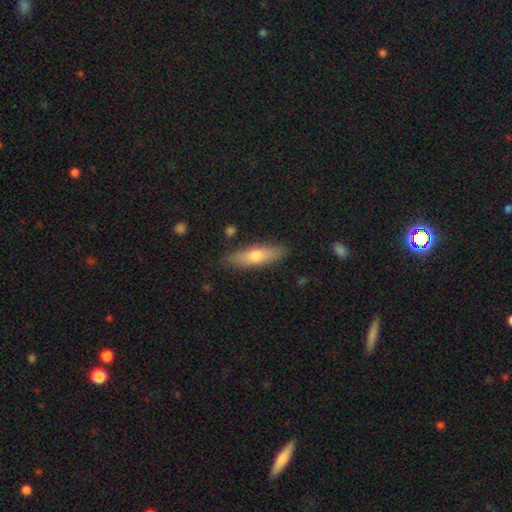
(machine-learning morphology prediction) Overall: smooth (65%; featured or disk 29%). How rounded: cigar-shaped (56%; in between 42%). Merging: none (84%).